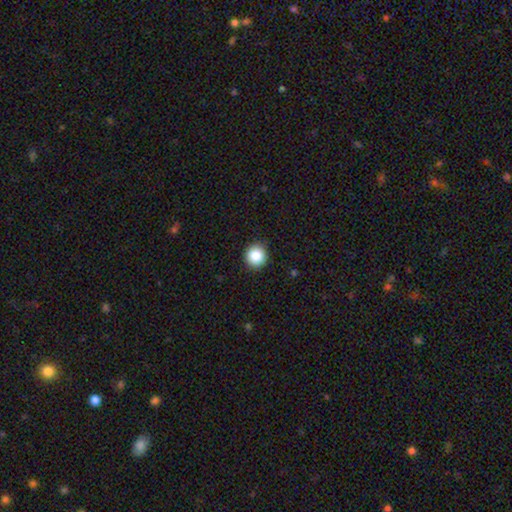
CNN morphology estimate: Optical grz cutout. It shows a smooth galaxy with no disk features (87%) that is round (93%). Merging: none (92%).